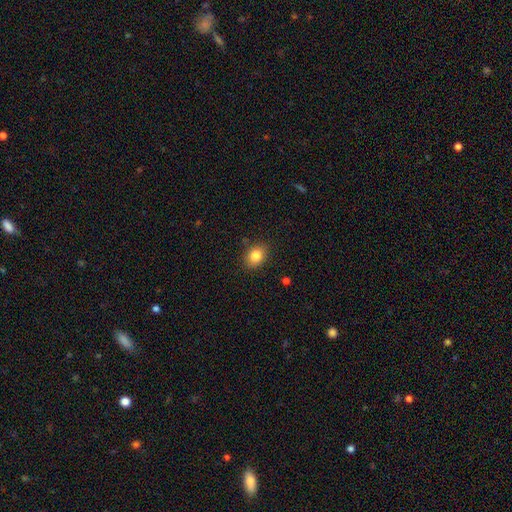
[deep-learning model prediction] The model was most divided on "how rounded": in between: 54%, round: 45%, cigar-shaped: 1%. More confident: merging — none (85%); smooth or featured — smooth (83%).